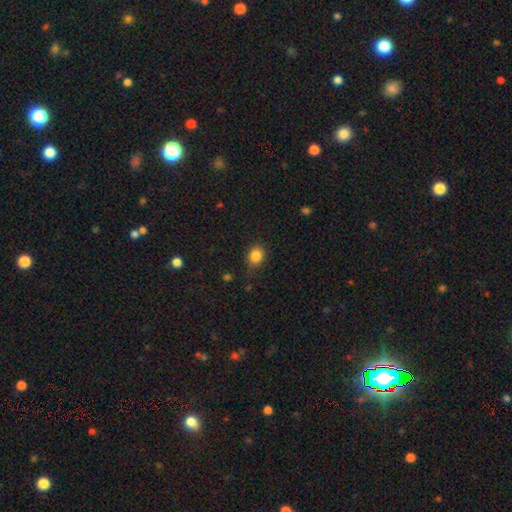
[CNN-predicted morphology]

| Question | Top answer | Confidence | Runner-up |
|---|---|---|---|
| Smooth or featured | smooth | 84% | star or artifact (10%) |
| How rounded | round | 53% | in between (46%) |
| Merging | none | 76% | minor disturbance (18%) |